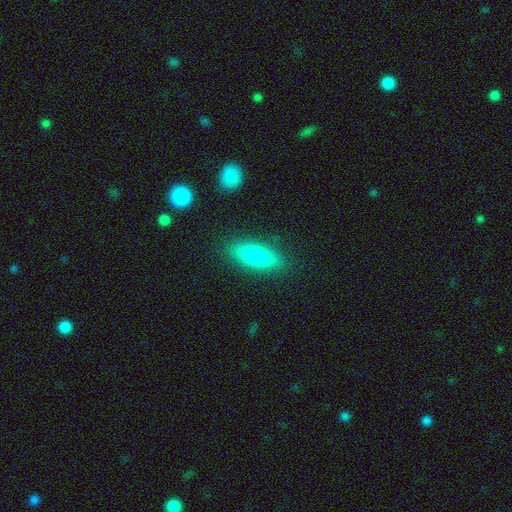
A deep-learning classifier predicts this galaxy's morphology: Smooth or featured? smooth (79%)
How rounded? in between (56%)
Merging? none (86%)